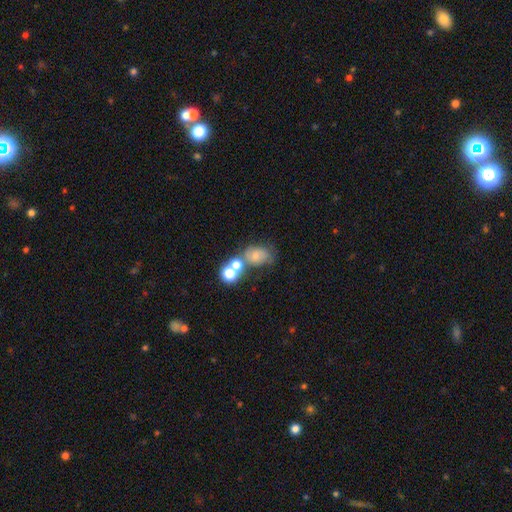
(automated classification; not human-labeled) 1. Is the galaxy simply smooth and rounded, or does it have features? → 58% smooth, 26% featured or disk, 17% star or artifact.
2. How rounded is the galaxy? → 59% in between, 39% round, 2% cigar-shaped.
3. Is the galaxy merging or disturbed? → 41% merger, 33% none, 15% minor disturbance, 11% major disturbance.